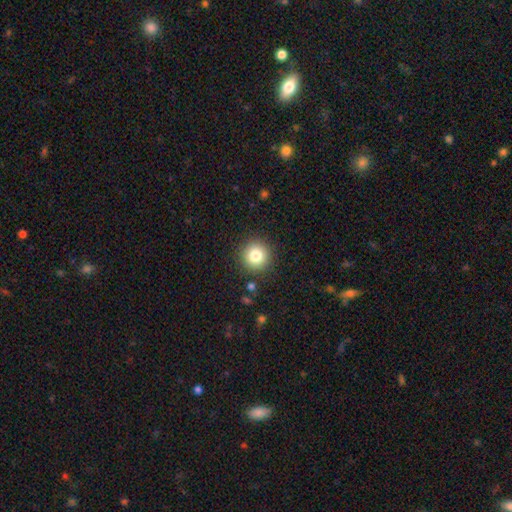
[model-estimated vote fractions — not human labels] Q: Smooth or featured?
A: smooth (81%); runner-up: star or artifact (11%)
Q: How rounded?
A: round (95%); runner-up: in between (4%)
Q: Merging?
A: none (90%); runner-up: minor disturbance (6%)